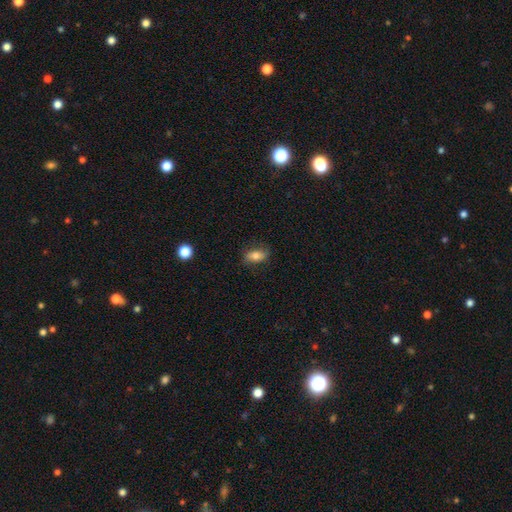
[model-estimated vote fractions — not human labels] Morphology: type=smooth (75%); roundness=in between (86%); merging=none (77%).